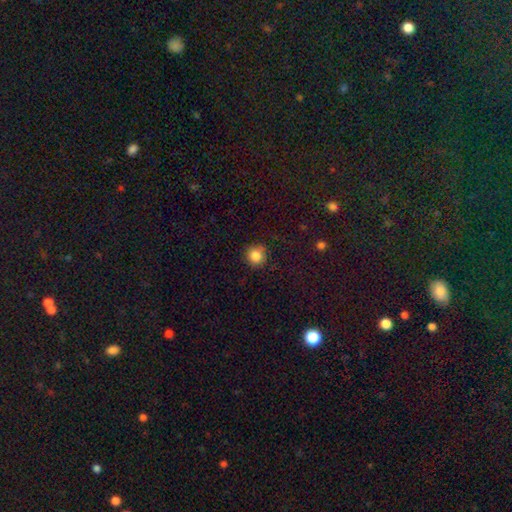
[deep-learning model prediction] This appears to be a smooth galaxy with no disk features (84%) that is round (92%). Merging: none (85%).